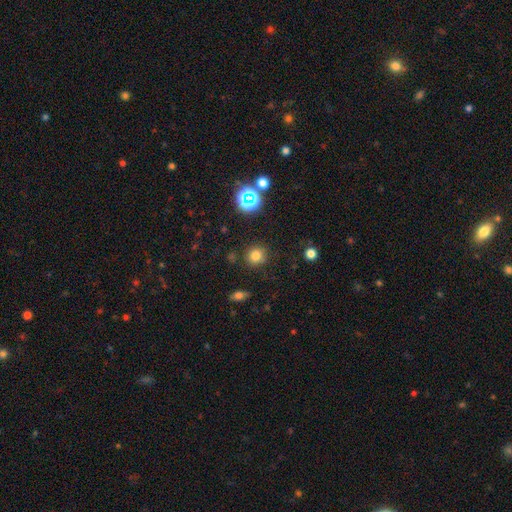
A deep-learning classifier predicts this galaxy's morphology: Smooth or featured? smooth (76%)
How rounded? round (88%)
Merging? none (85%)